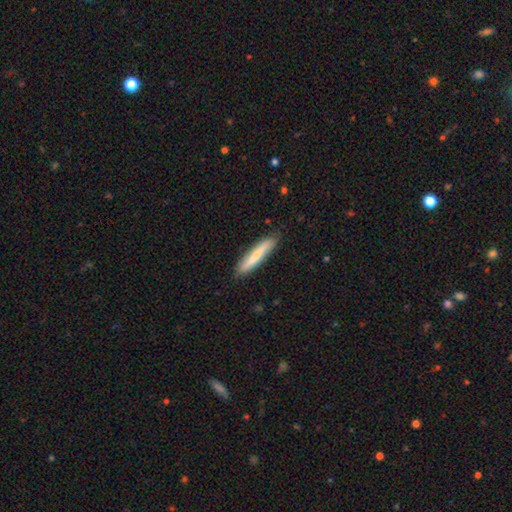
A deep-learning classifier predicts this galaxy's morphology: Smooth or featured? Predicted: smooth (p=0.77). How rounded? Predicted: cigar-shaped (p=0.92). Merging? Predicted: none (p=0.86).